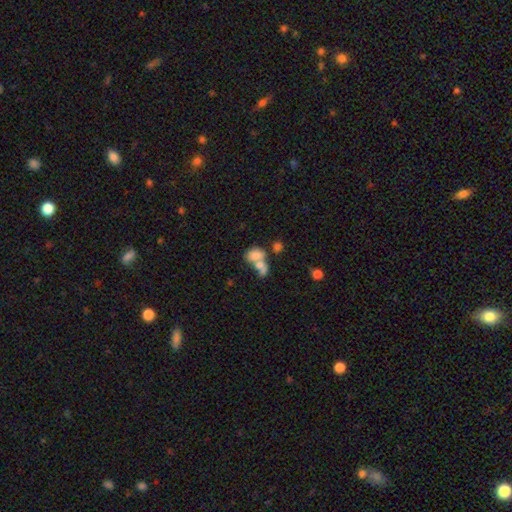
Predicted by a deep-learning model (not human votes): The model was most divided on "merging": merger: 66%, none: 19%, minor disturbance: 8%, major disturbance: 7%. More confident: how rounded — in between (74%); smooth or featured — smooth (70%).